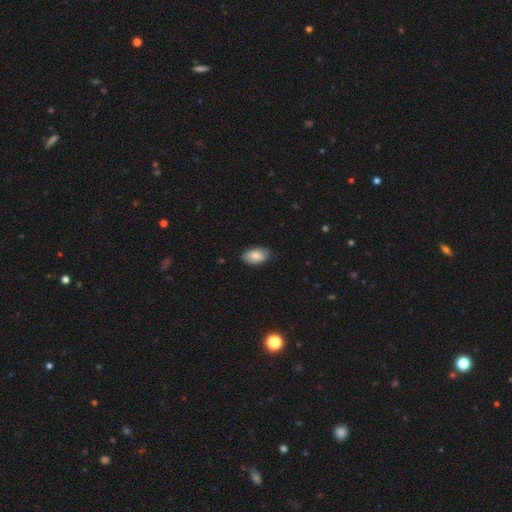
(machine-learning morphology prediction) Smooth or featured?
  - smooth: 84% *
  - featured or disk: 9%
  - star or artifact: 7%
How rounded?
  - in between: 93% *
  - round: 6%
  - cigar-shaped: 2%
Merging?
  - none: 78% *
  - minor disturbance: 18%
  - major disturbance: 3%
  - merger: 1%